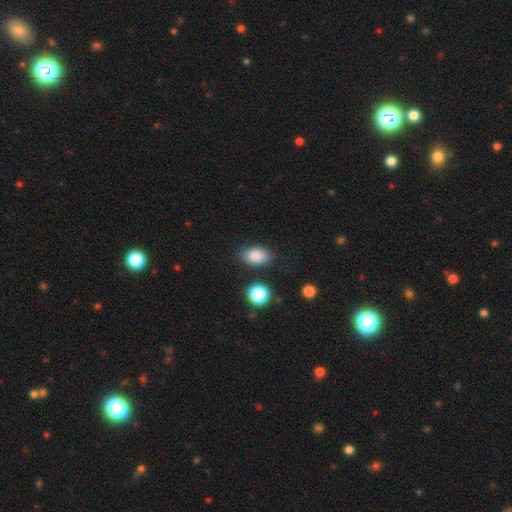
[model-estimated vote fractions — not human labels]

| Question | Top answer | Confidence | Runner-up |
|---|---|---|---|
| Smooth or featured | smooth | 86% | star or artifact (8%) |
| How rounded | in between | 89% | round (9%) |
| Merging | none | 81% | minor disturbance (12%) |